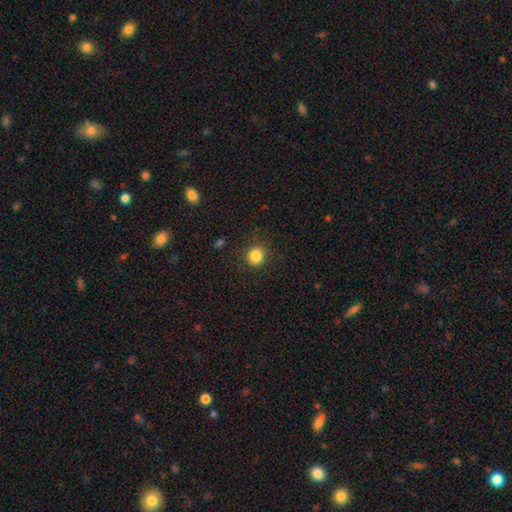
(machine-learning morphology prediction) Q: Smooth or featured?
A: smooth (84%); runner-up: star or artifact (11%)
Q: How rounded?
A: round (83%); runner-up: in between (16%)
Q: Merging?
A: none (87%); runner-up: minor disturbance (9%)